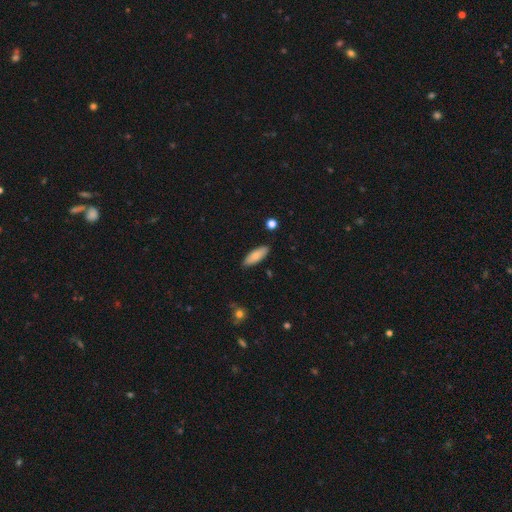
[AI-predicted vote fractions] The model was most divided on "how rounded": in between: 64%, cigar-shaped: 34%, round: 2%. More confident: merging — none (87%); smooth or featured — smooth (80%).